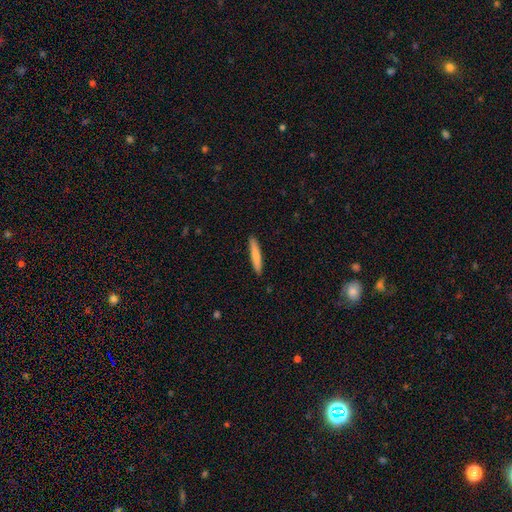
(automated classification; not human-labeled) Smooth or featured?
  - smooth: 79% *
  - featured or disk: 16%
  - star or artifact: 6%
How rounded?
  - cigar-shaped: 93% *
  - in between: 6%
  - round: 1%
Merging?
  - none: 91% *
  - minor disturbance: 7%
  - major disturbance: 1%
  - merger: 1%